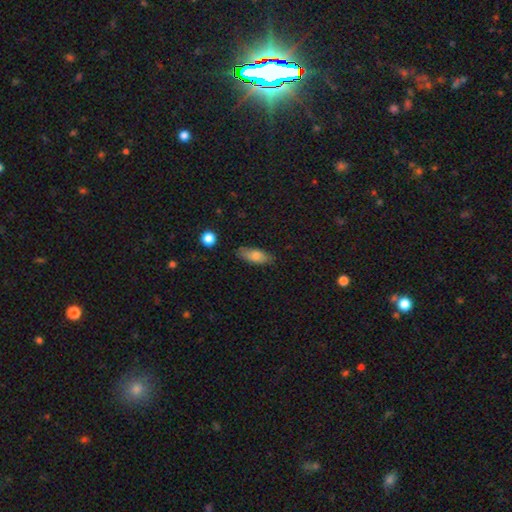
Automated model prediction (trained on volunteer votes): Overall: smooth (75%). How rounded: in between (77%). Merging: none (78%).